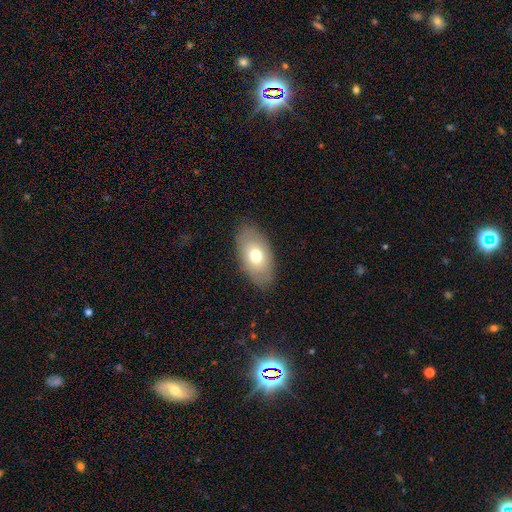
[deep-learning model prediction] Smooth or featured? Predicted: smooth (p=0.68). How rounded? Predicted: in between (p=0.93). Merging? Predicted: none (p=0.84).